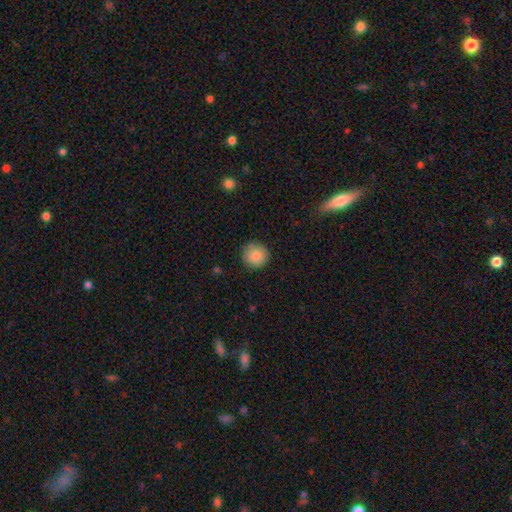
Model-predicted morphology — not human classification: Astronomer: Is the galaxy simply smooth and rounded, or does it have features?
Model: smooth — 86%.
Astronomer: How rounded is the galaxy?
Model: round — 94%.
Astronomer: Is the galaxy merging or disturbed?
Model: none — 86%.